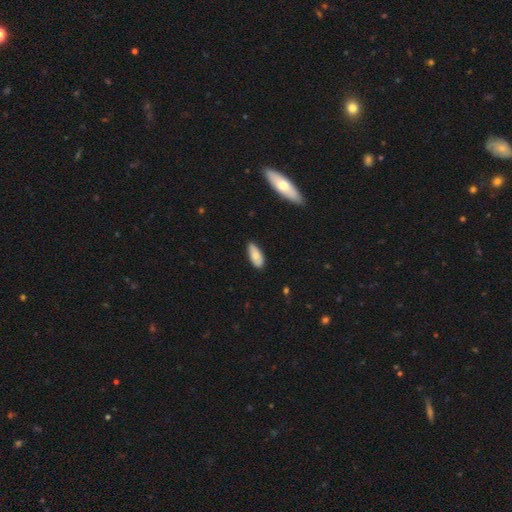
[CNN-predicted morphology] This appears to be a smooth galaxy with no disk features (78%) that is in between round and cigar-shaped (87%). Merging: none (75%).